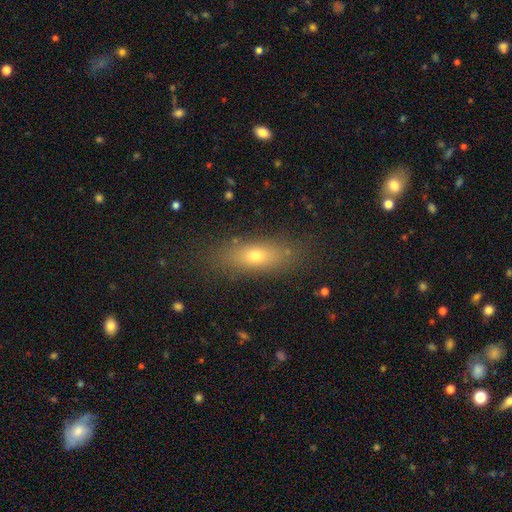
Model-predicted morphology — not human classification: A smooth galaxy with no disk features (69%) that is in between round and cigar-shaped (61%). Merging: none (81%).